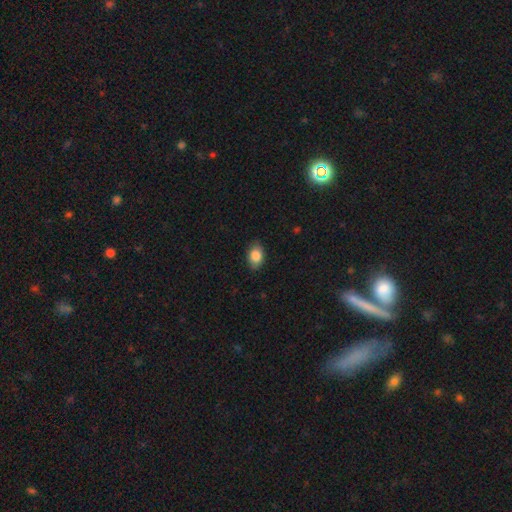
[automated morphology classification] Q: Smooth or featured?
A: smooth (86%); runner-up: star or artifact (8%)
Q: How rounded?
A: in between (85%); runner-up: round (13%)
Q: Merging?
A: none (85%); runner-up: minor disturbance (12%)